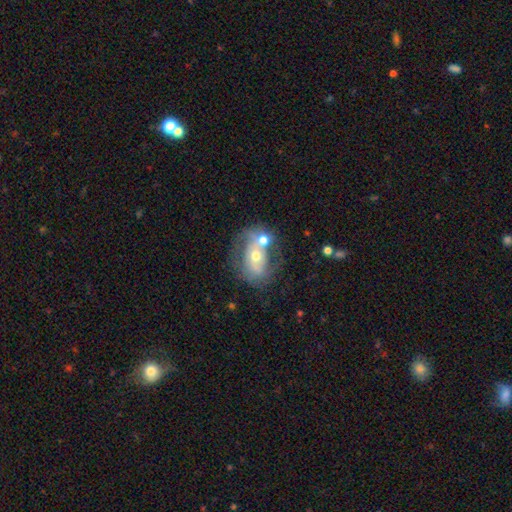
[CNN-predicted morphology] smooth-or-featured: featured or disk: 63% | smooth: 28% | star or artifact: 9%
  disk-edge-on: no: 96% | yes: 4%
    bar: no: 62% | weak: 26% | strong: 12%
    has-spiral-arms: yes: 63% | no: 37%
    bulge-size: moderate: 67% | small: 25% | large: 5% | none: 1% | dominant: 1%
  merging: none: 39% | merger: 31% | minor disturbance: 17% | major disturbance: 13%